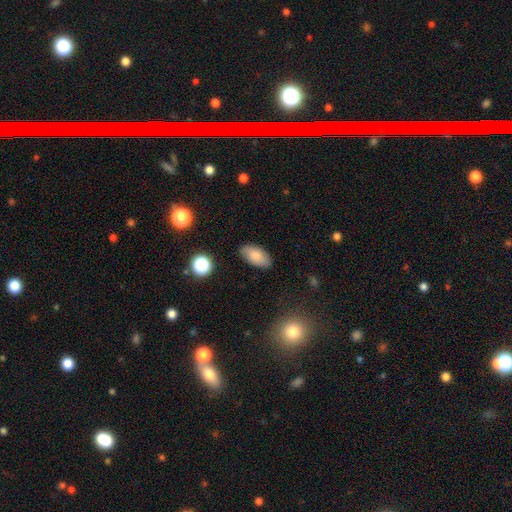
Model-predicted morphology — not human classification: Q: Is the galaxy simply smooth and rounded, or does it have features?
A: smooth — 81%.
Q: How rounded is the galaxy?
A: in between — 93%.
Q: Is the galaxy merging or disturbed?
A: none — 83%.